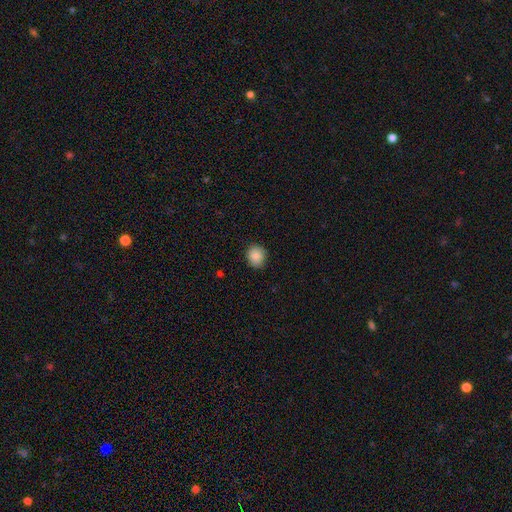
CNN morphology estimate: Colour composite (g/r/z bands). It shows a smooth galaxy with no disk features (88%) that is round (82%). Merging: none (86%).